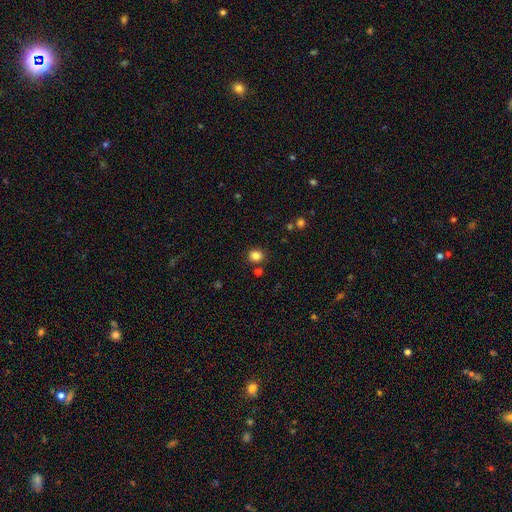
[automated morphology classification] Overall: smooth (83%). How rounded: round (74%). Merging: none (84%).